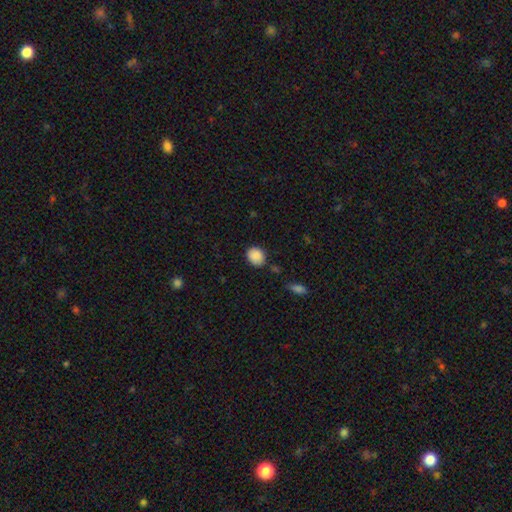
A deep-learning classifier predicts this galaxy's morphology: Smooth or featured: smooth — 88% (star or artifact — 8%)
How rounded: round — 64% (in between — 35%)
Merging: none — 81% (minor disturbance — 14%)